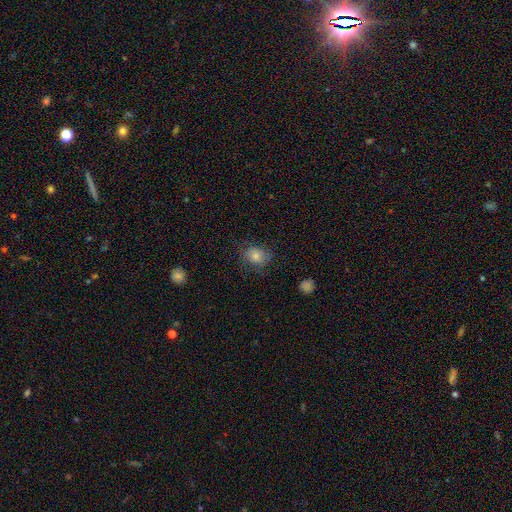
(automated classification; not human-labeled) This appears to be a smooth galaxy with no disk features (68%) that is round (58%). Merging: none (69%).